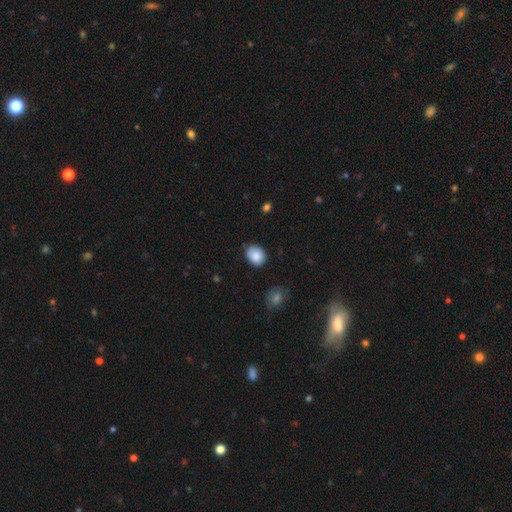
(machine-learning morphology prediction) This is clearly a smooth galaxy (87%). How rounded: possibly round (51%). Merging: likely none (72%).